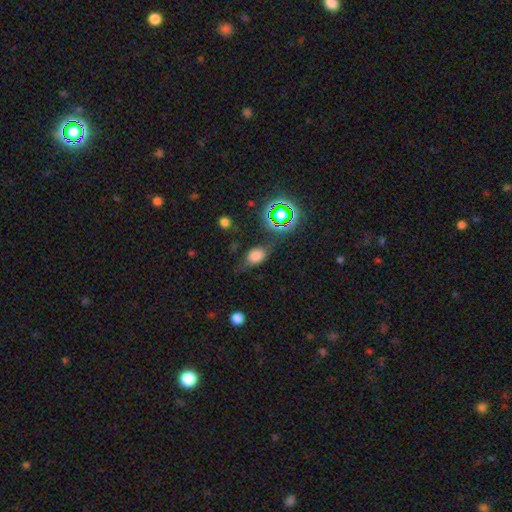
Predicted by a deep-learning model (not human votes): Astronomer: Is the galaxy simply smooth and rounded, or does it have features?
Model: smooth — 64%.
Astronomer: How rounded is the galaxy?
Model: in between — 74%.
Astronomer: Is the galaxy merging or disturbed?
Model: none — 62%.